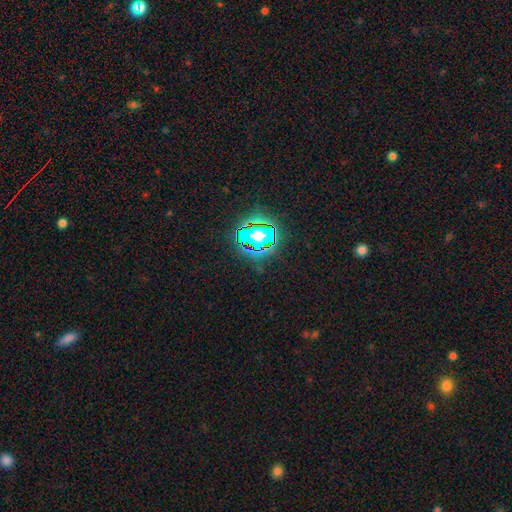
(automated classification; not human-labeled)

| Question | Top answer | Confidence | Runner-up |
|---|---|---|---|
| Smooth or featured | star or artifact | 82% | smooth (11%) |